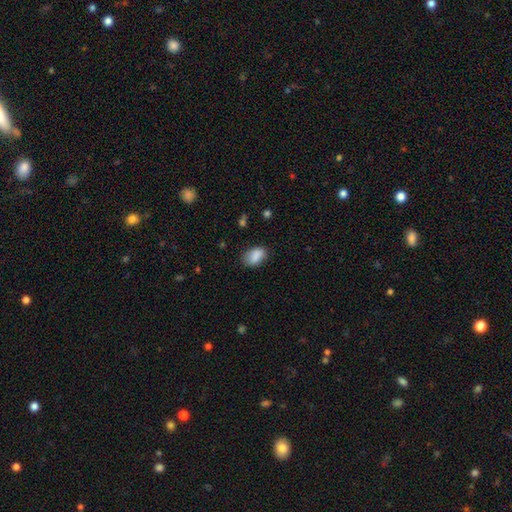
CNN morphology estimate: smooth_or_featured: smooth (p=0.85) [alt: star or artifact p=0.08]
how_rounded: in between (p=0.87) [alt: round p=0.12]
merging: none (p=0.72) [alt: minor disturbance p=0.21]